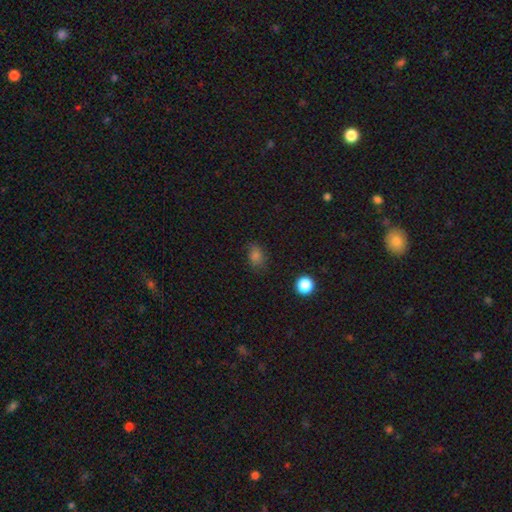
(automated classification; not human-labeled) A smooth galaxy with no disk features (77%) that is in between round and cigar-shaped (67%). Merging: none (78%).